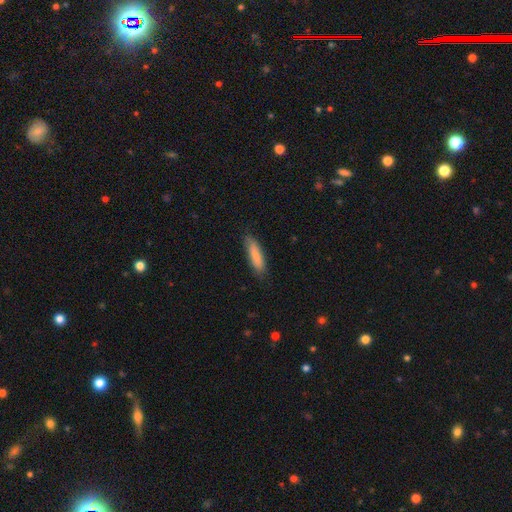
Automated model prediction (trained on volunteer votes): Q: Smooth or featured?
A: smooth (82%); runner-up: featured or disk (13%)
Q: How rounded?
A: cigar-shaped (68%); runner-up: in between (31%)
Q: Merging?
A: none (82%); runner-up: minor disturbance (14%)